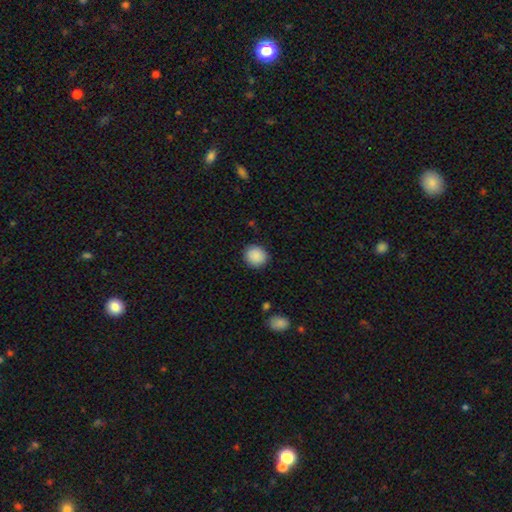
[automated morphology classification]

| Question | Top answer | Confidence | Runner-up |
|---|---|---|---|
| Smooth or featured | smooth | 89% | star or artifact (8%) |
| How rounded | round | 85% | in between (15%) |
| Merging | none | 89% | minor disturbance (7%) |